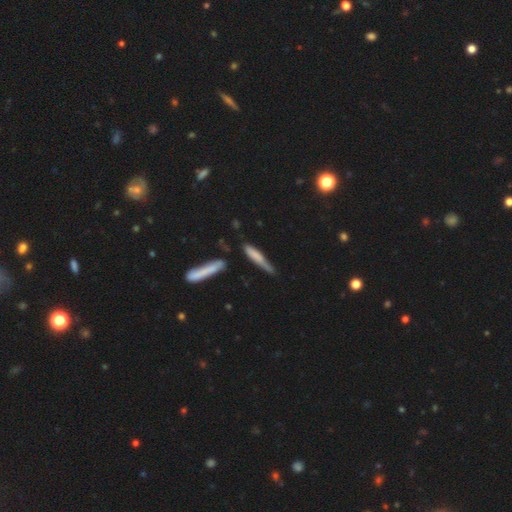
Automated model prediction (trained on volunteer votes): Q: Smooth or featured?
A: smooth (67%); runner-up: featured or disk (26%)
Q: How rounded?
A: cigar-shaped (87%); runner-up: in between (11%)
Q: Merging?
A: none (46%); runner-up: minor disturbance (34%)